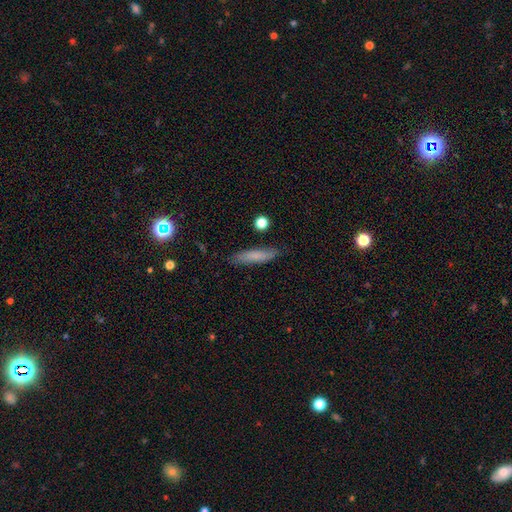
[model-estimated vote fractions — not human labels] Overall: smooth (74%). How rounded: cigar-shaped (84%). Merging: none (85%).